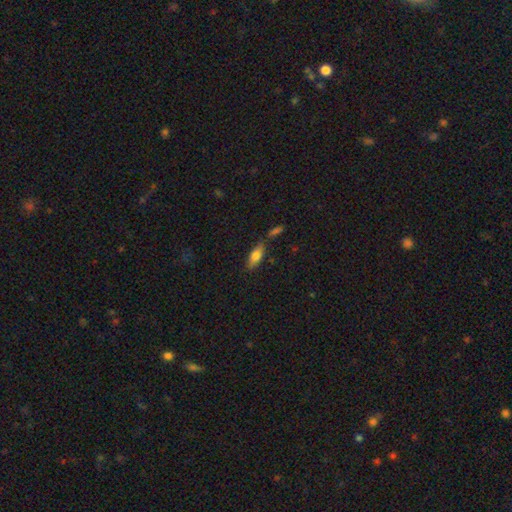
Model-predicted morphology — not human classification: smooth-or-featured: smooth: 73% | featured or disk: 19% | star or artifact: 8%
  how-rounded: in between: 70% | cigar-shaped: 27% | round: 3%
  merging: none: 70% | minor disturbance: 15% | merger: 11% | major disturbance: 4%